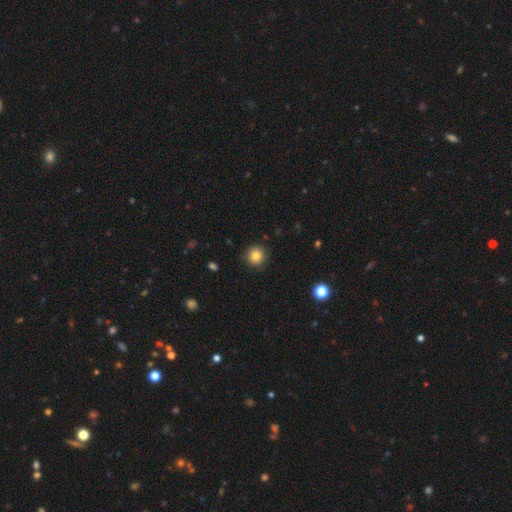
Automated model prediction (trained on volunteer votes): smooth-or-featured: smooth: 83% | star or artifact: 11% | featured or disk: 7%
  how-rounded: round: 93% | in between: 6% | cigar-shaped: 1%
  merging: none: 89% | minor disturbance: 8% | major disturbance: 2% | merger: 1%